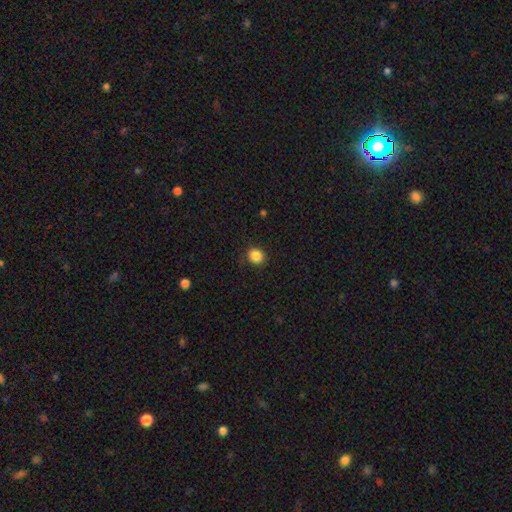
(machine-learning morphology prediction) Overall: smooth (86%). How rounded: round (86%). Merging: none (88%).